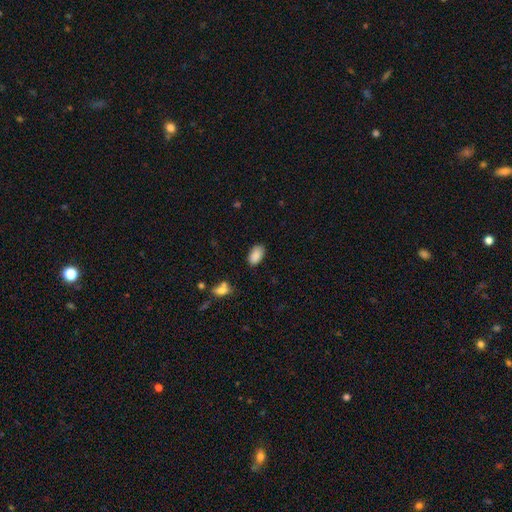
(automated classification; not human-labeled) smooth_or_featured: smooth (p=0.88) [alt: star or artifact p=0.08]
how_rounded: in between (p=0.92) [alt: round p=0.06]
merging: none (p=0.81) [alt: minor disturbance p=0.14]